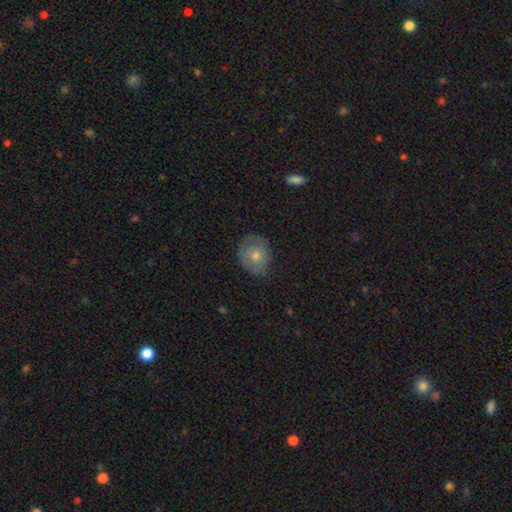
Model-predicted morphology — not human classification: A featured or disk galaxy (48%).

Vote fractions:
- Smooth or featured? featured or disk: 48% / smooth: 44% / star or artifact: 8%
- Merging? none: 69% / minor disturbance: 23% / major disturbance: 7% / merger: 1%